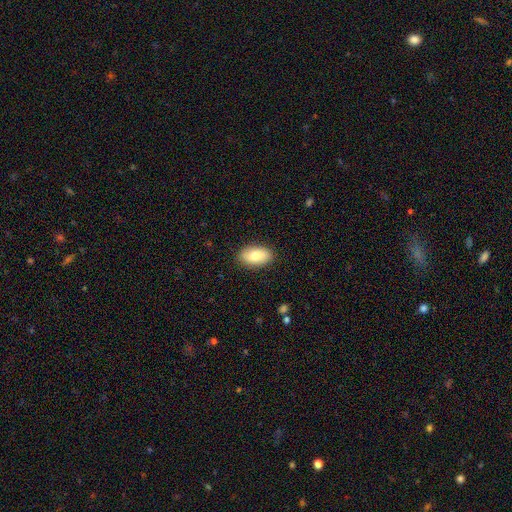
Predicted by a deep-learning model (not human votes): smooth_or_featured: smooth (p=0.80) [alt: featured or disk p=0.13]
how_rounded: in between (p=0.93) [alt: round p=0.04]
merging: none (p=0.87) [alt: minor disturbance p=0.10]